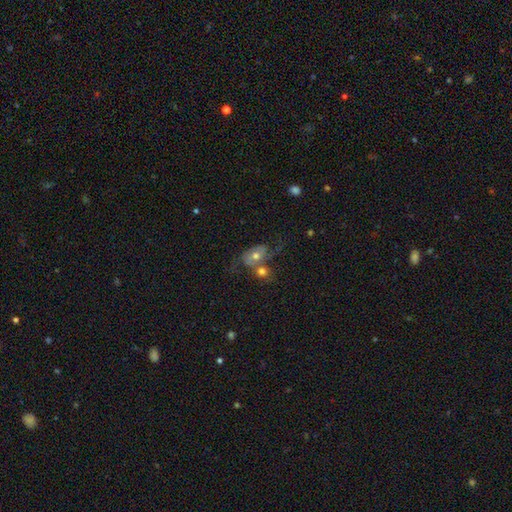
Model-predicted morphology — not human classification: Smooth or featured: featured or disk — 48% (smooth — 43%)
Merging: merger — 46% (none — 25%)